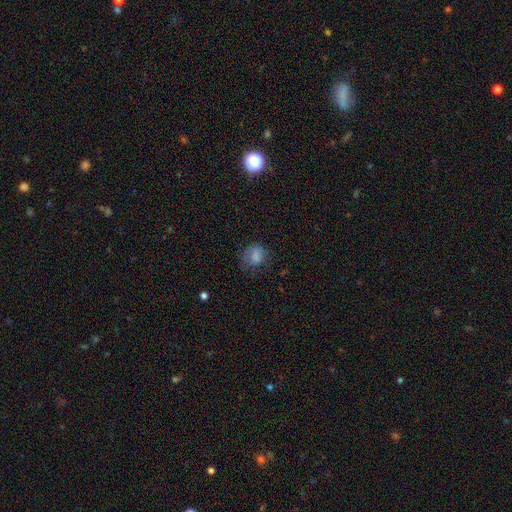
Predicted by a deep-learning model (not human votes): Q: Smooth or featured?
A: smooth (75%); runner-up: featured or disk (13%)
Q: How rounded?
A: round (50%); runner-up: in between (48%)
Q: Merging?
A: none (52%); runner-up: minor disturbance (26%)